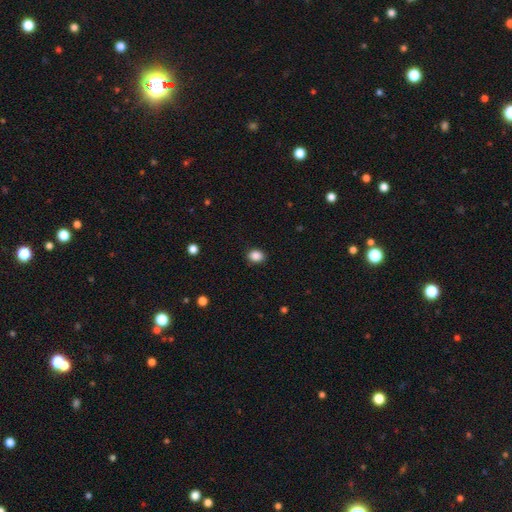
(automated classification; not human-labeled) Q: Smooth or featured?
A: smooth (87%); runner-up: star or artifact (10%)
Q: How rounded?
A: in between (52%); runner-up: round (47%)
Q: Merging?
A: none (88%); runner-up: minor disturbance (9%)